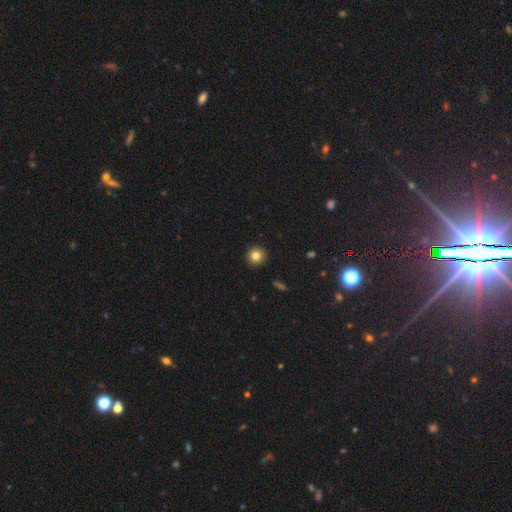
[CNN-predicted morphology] This is clearly a smooth galaxy (83%). How rounded: clearly round (95%). Merging: clearly none (93%).